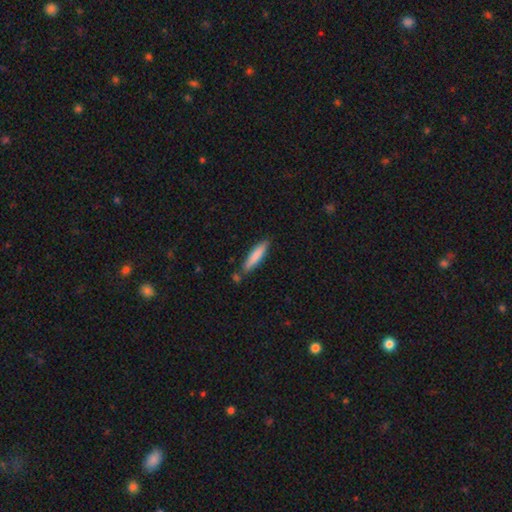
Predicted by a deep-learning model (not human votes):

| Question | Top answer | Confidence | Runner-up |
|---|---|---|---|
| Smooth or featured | smooth | 81% | featured or disk (14%) |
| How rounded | cigar-shaped | 86% | in between (13%) |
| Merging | none | 79% | minor disturbance (12%) |